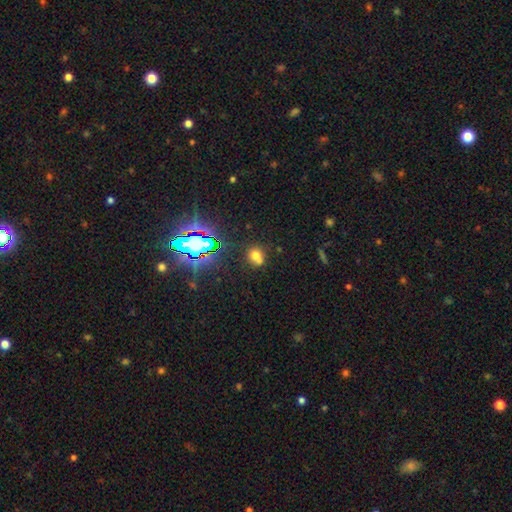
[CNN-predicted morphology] A smooth galaxy with no disk features (65%) that is round (72%). Merging: none (55%).